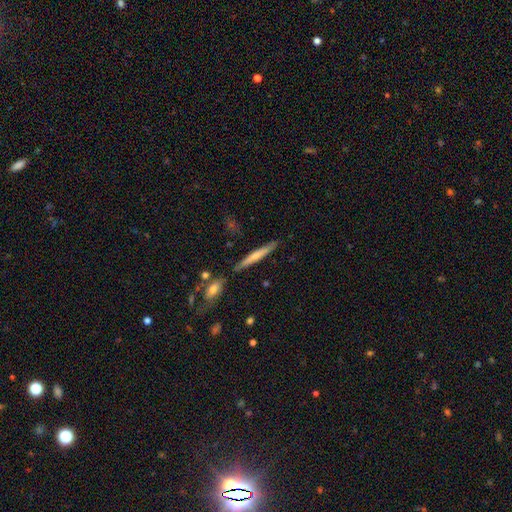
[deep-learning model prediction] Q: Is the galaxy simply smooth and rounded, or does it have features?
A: smooth — 57%.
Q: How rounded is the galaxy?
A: cigar-shaped — 94%.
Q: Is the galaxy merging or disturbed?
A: none — 83%.